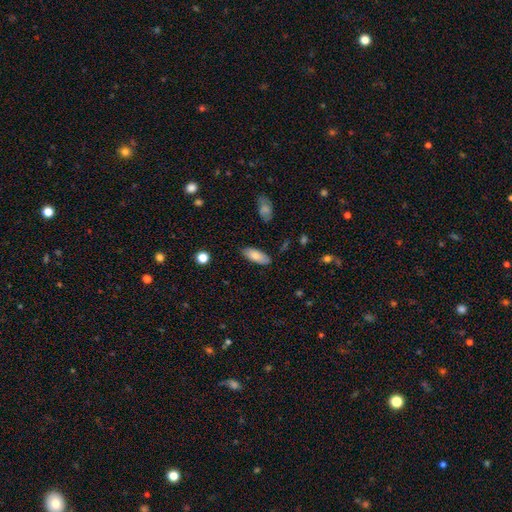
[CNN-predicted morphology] Smooth or featured? Predicted: smooth (p=0.79). How rounded? Predicted: in between (p=0.83). Merging? Predicted: none (p=0.84).